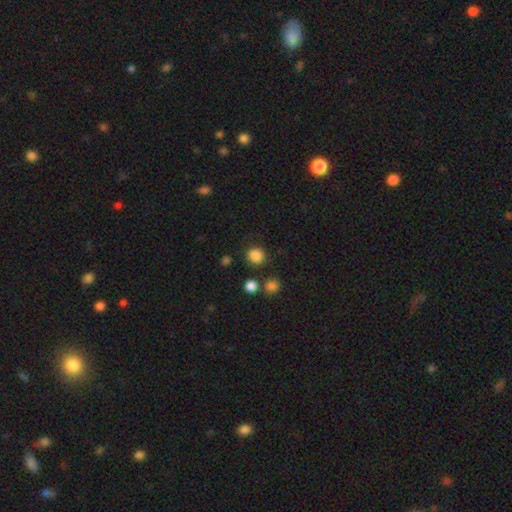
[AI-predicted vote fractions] Smooth or featured: smooth — 85% (star or artifact — 12%)
How rounded: round — 89% (in between — 10%)
Merging: none — 81% (minor disturbance — 10%)